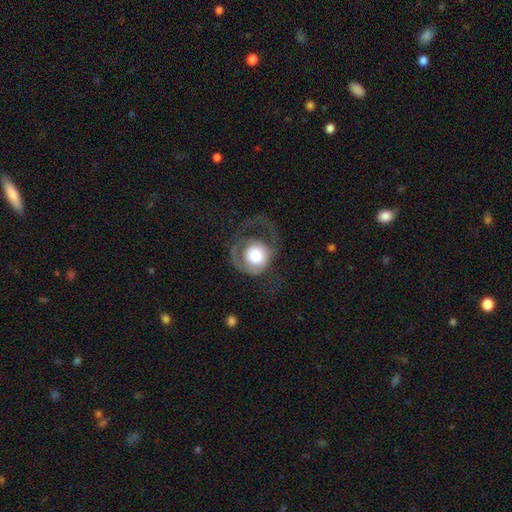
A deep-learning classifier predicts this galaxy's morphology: smooth-or-featured: smooth: 49% | featured or disk: 45% | star or artifact: 7%
  merging: major disturbance: 52% | none: 29% | minor disturbance: 18% | merger: 2%